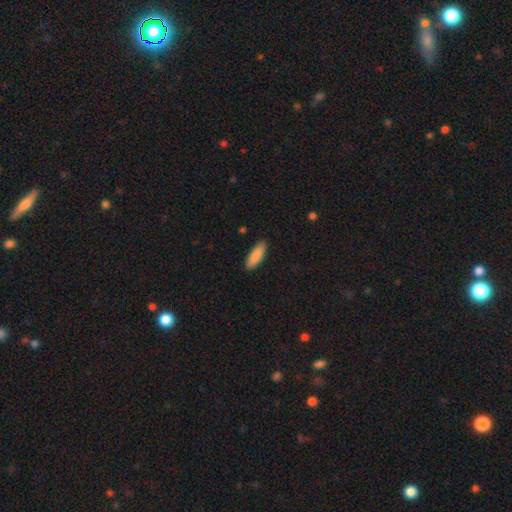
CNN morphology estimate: Smooth or featured? smooth (89%)
How rounded? in between (59%)
Merging? none (88%)